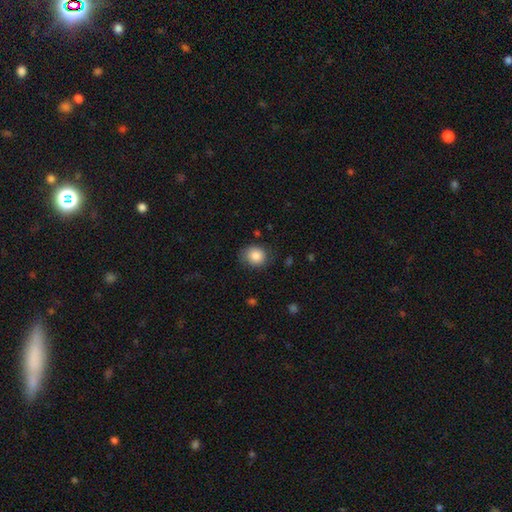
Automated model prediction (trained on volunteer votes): The model was most divided on "how rounded": round: 69%, in between: 30%, cigar-shaped: 1%. More confident: smooth or featured — smooth (85%); merging — none (77%).